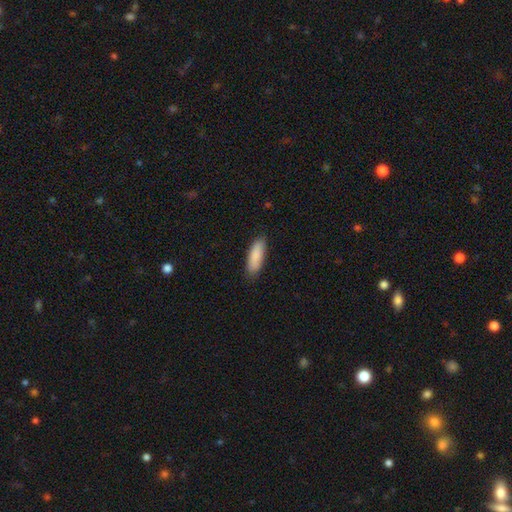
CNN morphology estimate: Q: Smooth or featured?
A: smooth (88%); runner-up: featured or disk (6%)
Q: How rounded?
A: in between (55%); runner-up: cigar-shaped (43%)
Q: Merging?
A: none (84%); runner-up: minor disturbance (13%)